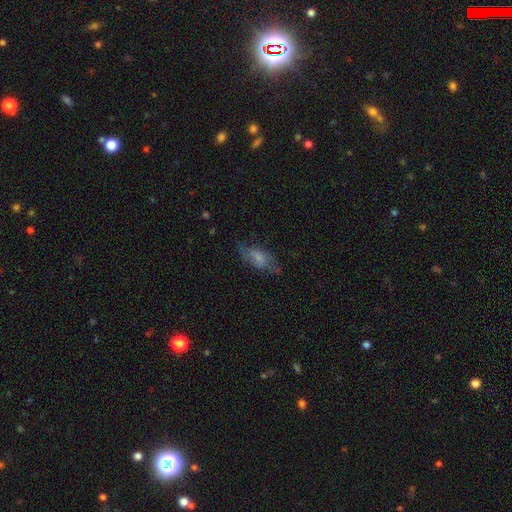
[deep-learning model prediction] Smooth or featured: smooth — 43% (tied with featured or disk — 43%)
Merging: none — 64% (minor disturbance — 22%)